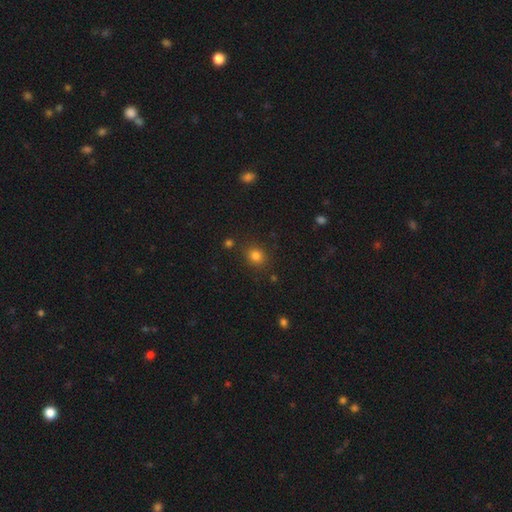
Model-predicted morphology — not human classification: Overall: smooth (81%). How rounded: round (69%; in between 30%). Merging: none (82%).